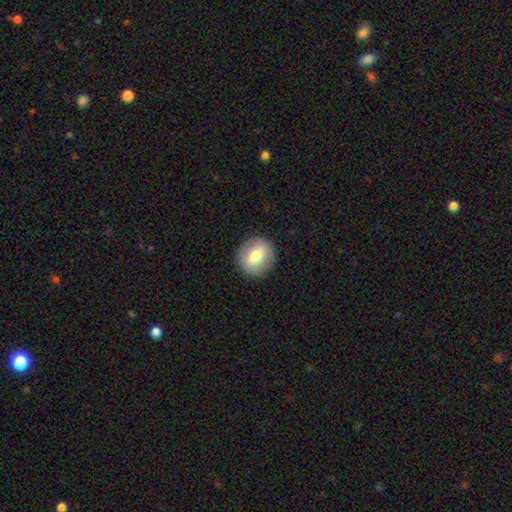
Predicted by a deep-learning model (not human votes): This is likely a smooth galaxy (69%). How rounded: clearly round (86%). Merging: clearly none (89%).